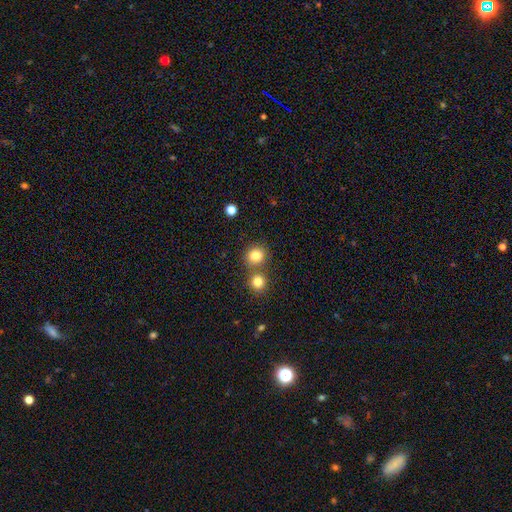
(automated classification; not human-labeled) Smooth or featured: smooth — 83% (star or artifact — 11%)
How rounded: round — 85% (in between — 14%)
Merging: none — 64% (merger — 25%)